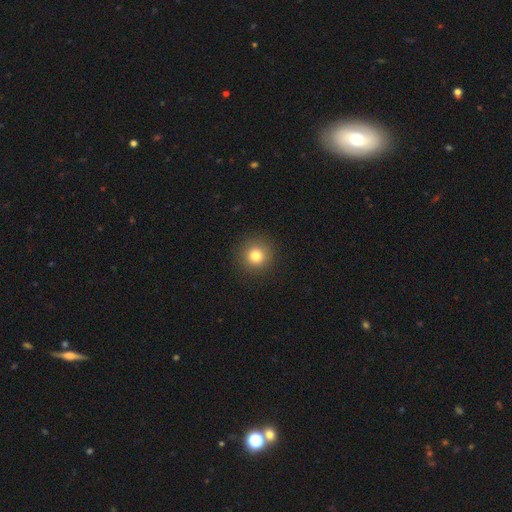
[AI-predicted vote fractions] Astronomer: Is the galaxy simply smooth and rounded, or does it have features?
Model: smooth — 81%.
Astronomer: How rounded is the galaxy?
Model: round — 94%.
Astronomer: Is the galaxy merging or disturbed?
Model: none — 91%.